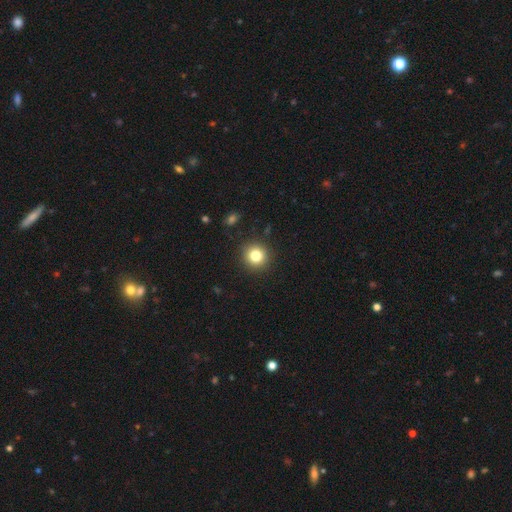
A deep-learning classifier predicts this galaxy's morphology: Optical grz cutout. It shows a smooth galaxy with no disk features (81%) that is round (94%). Merging: none (91%).